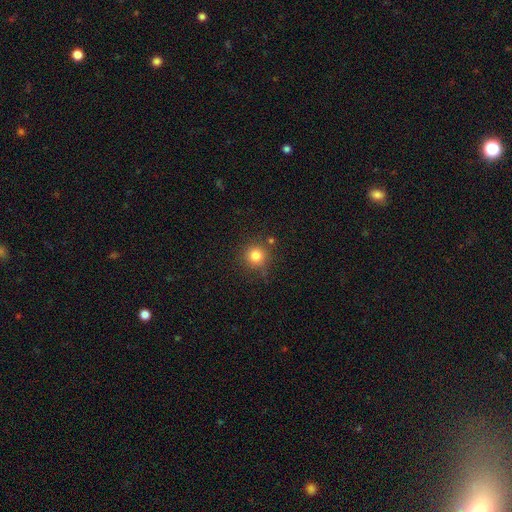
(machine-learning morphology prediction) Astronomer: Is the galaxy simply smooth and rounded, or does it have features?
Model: smooth — 81%.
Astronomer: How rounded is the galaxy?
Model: round — 95%.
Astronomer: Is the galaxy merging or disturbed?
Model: none — 83%.